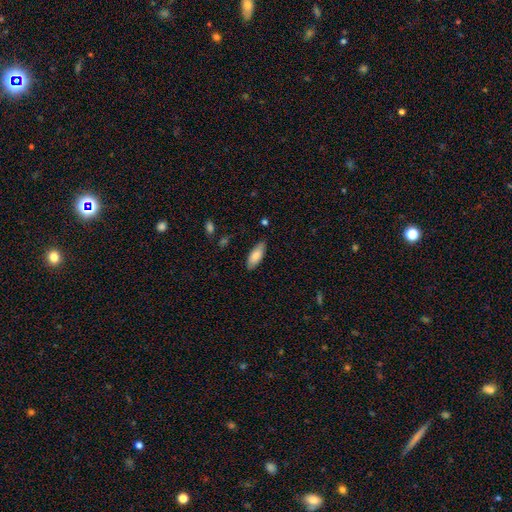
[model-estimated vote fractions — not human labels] Morphology: type=smooth (82%); roundness=in between (79%); merging=none (85%).